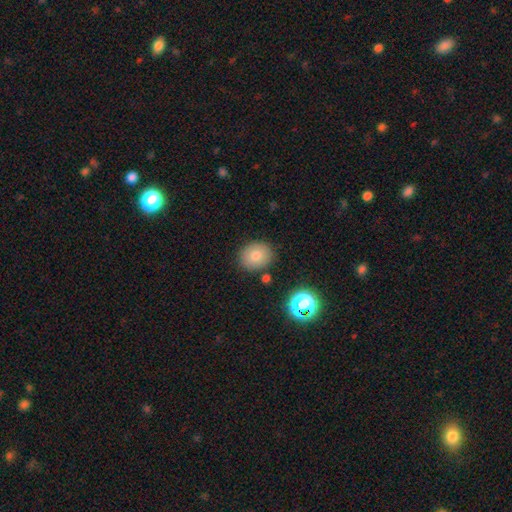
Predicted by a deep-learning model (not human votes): Smooth or featured? Predicted: smooth (p=0.79). How rounded? Predicted: round (p=0.64). Merging? Predicted: none (p=0.84).